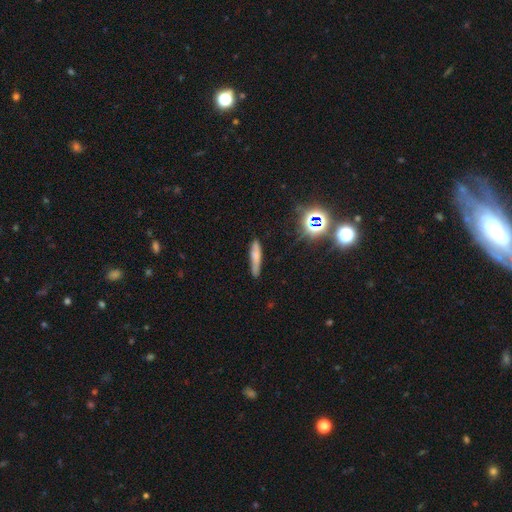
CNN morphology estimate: Smooth or featured? Predicted: smooth (p=0.67). How rounded? Predicted: cigar-shaped (p=0.86). Merging? Predicted: none (p=0.71).